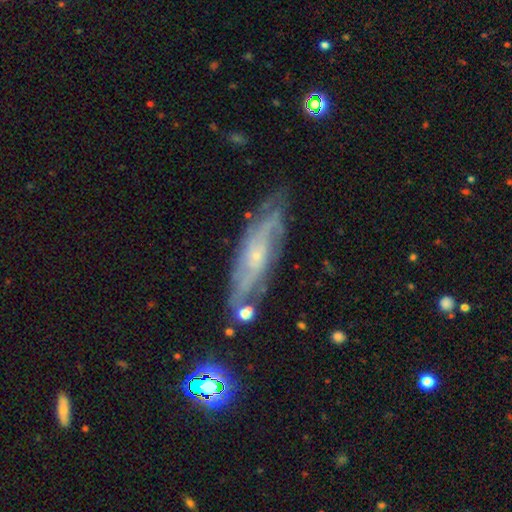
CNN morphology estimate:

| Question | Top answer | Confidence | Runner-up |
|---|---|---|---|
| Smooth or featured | featured or disk | 75% | smooth (17%) |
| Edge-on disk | no | 73% | yes (27%) |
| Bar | no | 68% | weak (26%) |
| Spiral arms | yes | 89% | no (11%) |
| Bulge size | small | 77% | moderate (16%) |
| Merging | none | 71% | minor disturbance (19%) |